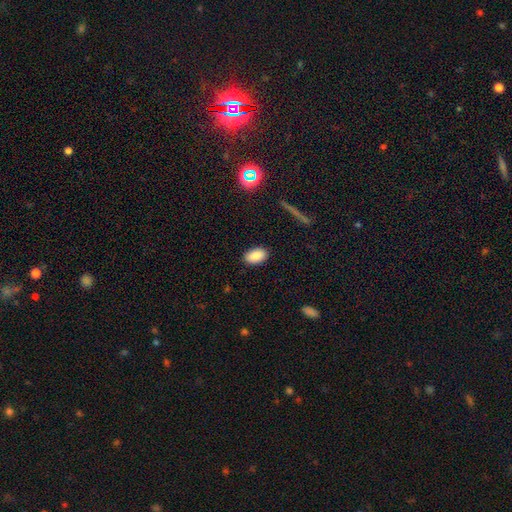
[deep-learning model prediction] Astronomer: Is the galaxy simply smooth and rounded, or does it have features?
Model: smooth — 87%.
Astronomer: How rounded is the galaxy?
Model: in between — 93%.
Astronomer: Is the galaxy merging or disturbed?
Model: none — 88%.